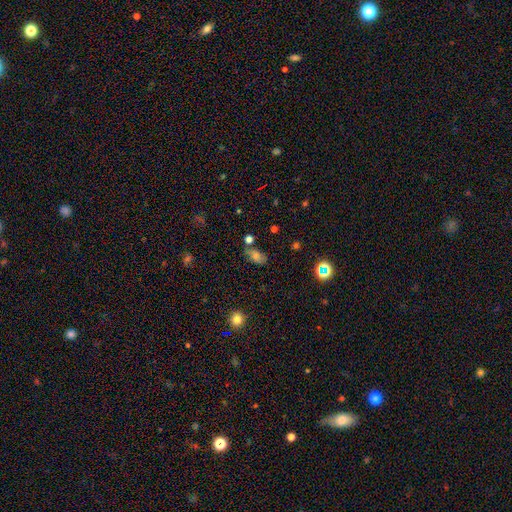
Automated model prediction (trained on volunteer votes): This is likely a smooth galaxy (65%). How rounded: clearly in between (86%). Merging: likely none (66%).